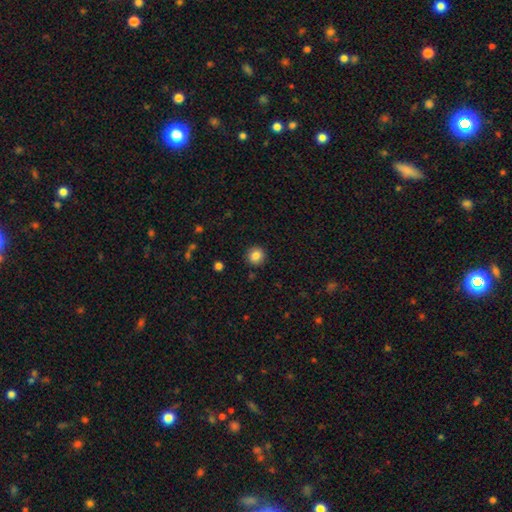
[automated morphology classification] type=smooth (85%); roundness=round (91%); merging=none (91%).